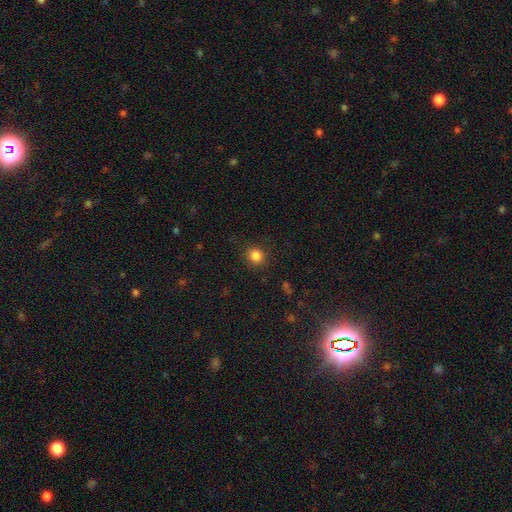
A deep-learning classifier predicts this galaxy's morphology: Smooth or featured: smooth — 84% (star or artifact — 11%)
How rounded: round — 84% (in between — 15%)
Merging: none — 89% (minor disturbance — 7%)